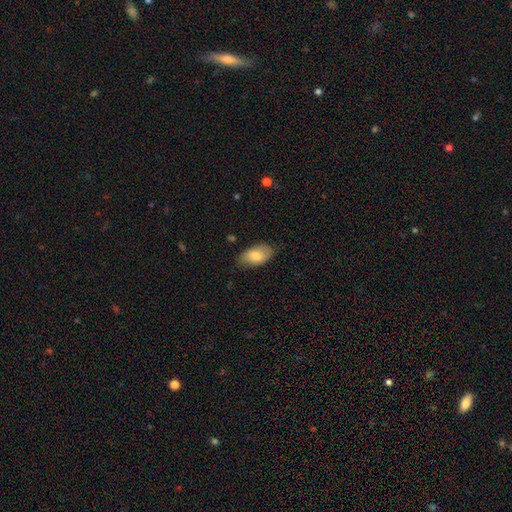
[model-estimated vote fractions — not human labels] Smooth or featured: smooth — 79% (featured or disk — 15%)
How rounded: in between — 94% (round — 4%)
Merging: none — 77% (minor disturbance — 19%)